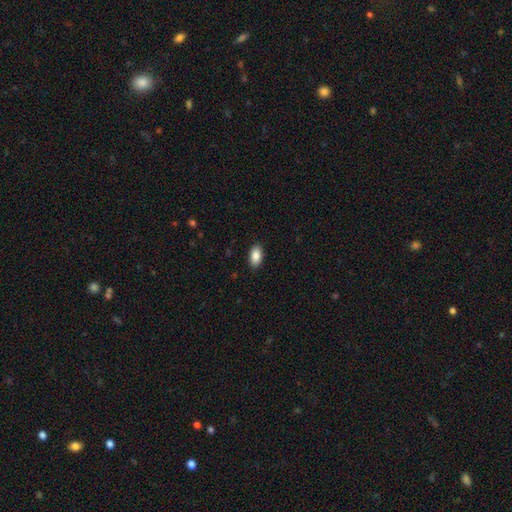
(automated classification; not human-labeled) Smooth or featured?
  - smooth: 89% *
  - star or artifact: 7%
  - featured or disk: 4%
How rounded?
  - in between: 93% *
  - round: 4%
  - cigar-shaped: 2%
Merging?
  - none: 89% *
  - minor disturbance: 8%
  - major disturbance: 2%
  - merger: 1%